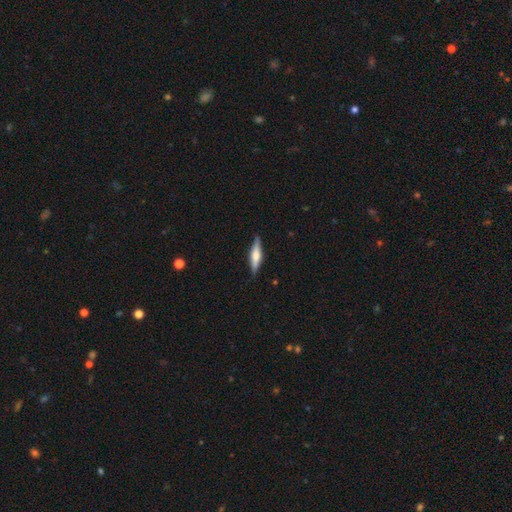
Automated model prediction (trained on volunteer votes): This appears to be a featured or disk galaxy (53%) viewed edge-on (95%) with a rounded central bulge (85%). Merging: none (88%).